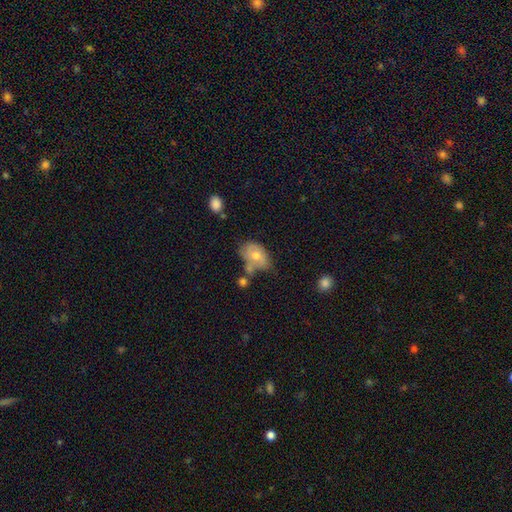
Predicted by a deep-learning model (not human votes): Smooth or featured: smooth — 62% (featured or disk — 30%)
How rounded: in between — 80% (round — 18%)
Merging: none — 41% (minor disturbance — 30%)